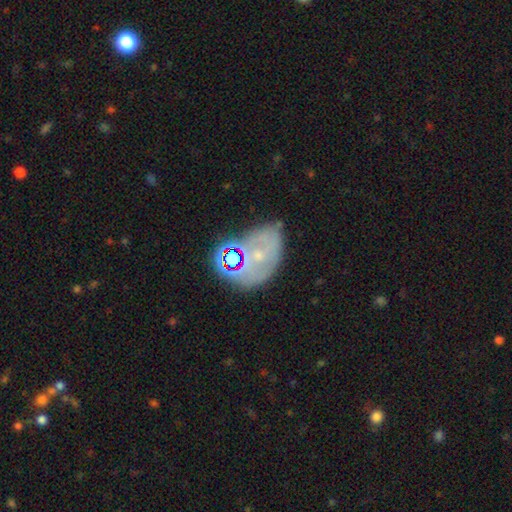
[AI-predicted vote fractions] This appears to be a featured or disk galaxy (43%). Merging: none (60%).